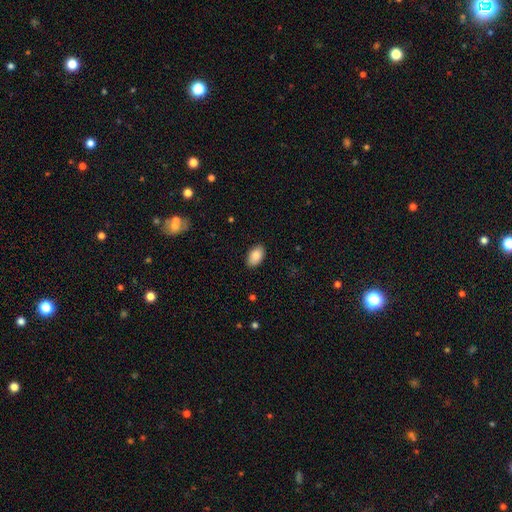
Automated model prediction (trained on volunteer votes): smooth-or-featured: smooth: 88% | star or artifact: 7% | featured or disk: 5%
  how-rounded: in between: 94% | round: 5% | cigar-shaped: 1%
  merging: none: 87% | minor disturbance: 10% | major disturbance: 2% | merger: 1%